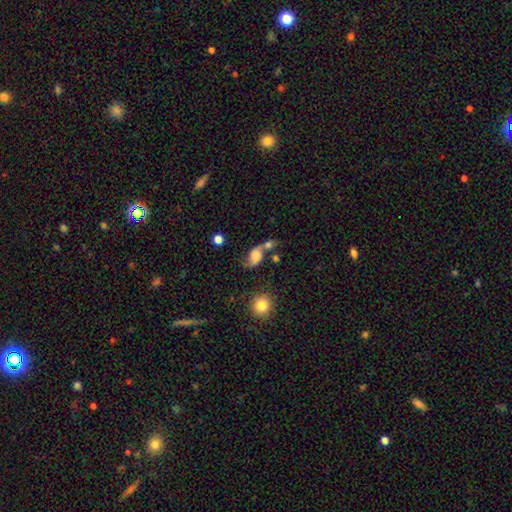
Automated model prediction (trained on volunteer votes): Smooth or featured: featured or disk — 66% (smooth — 25%)
Edge-on disk: no — 96% (yes — 4%)
Bar: no — 65% (weak — 29%)
Spiral arms: yes — 92% (no — 8%)
Spiral winding: loose — 76% (medium — 19%)
Spiral arm count: 2 — 89% (1 — 6%)
Bulge size: large — 32% (moderate — 29%)
Merging: none — 39% (merger — 29%)